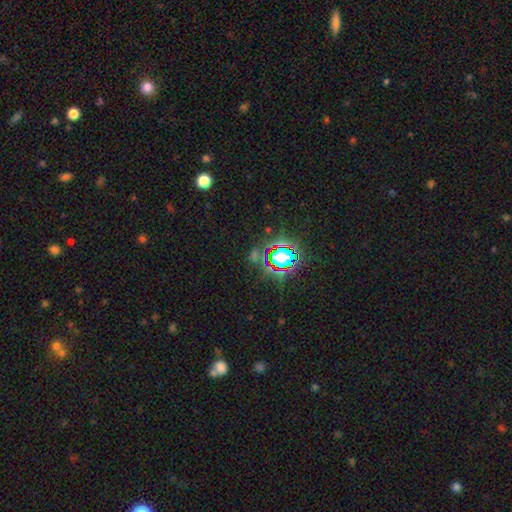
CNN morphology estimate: star or artifact 70%, smooth 21%, featured or disk 9%.